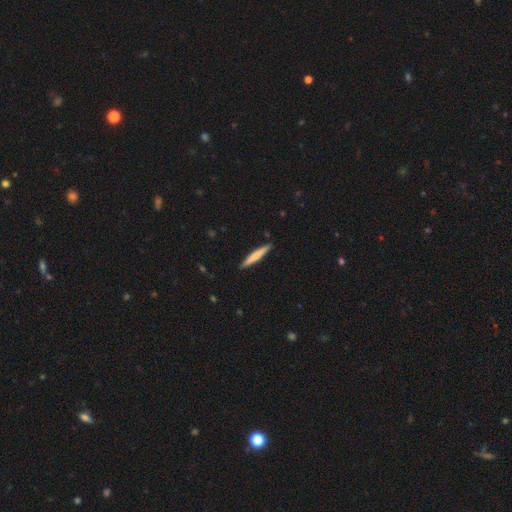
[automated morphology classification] Smooth or featured? Predicted: smooth (p=0.64). How rounded? Predicted: cigar-shaped (p=0.94). Merging? Predicted: none (p=0.91).